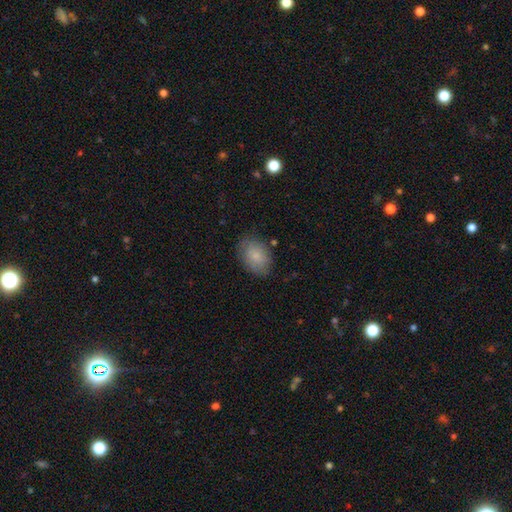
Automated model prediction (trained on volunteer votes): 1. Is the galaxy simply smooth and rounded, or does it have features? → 82% smooth, 11% featured or disk, 7% star or artifact.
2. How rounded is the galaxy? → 80% in between, 18% round, 1% cigar-shaped.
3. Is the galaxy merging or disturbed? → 77% none, 17% minor disturbance, 4% major disturbance, 2% merger.